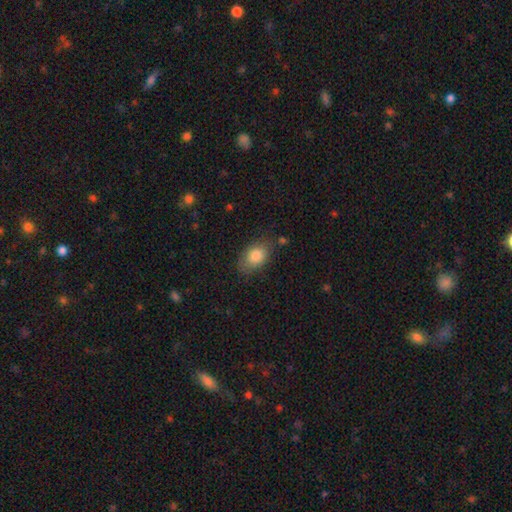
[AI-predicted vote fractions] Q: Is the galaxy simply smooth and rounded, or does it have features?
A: smooth — 82%.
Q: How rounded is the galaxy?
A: in between — 87%.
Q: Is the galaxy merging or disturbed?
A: none — 75%.